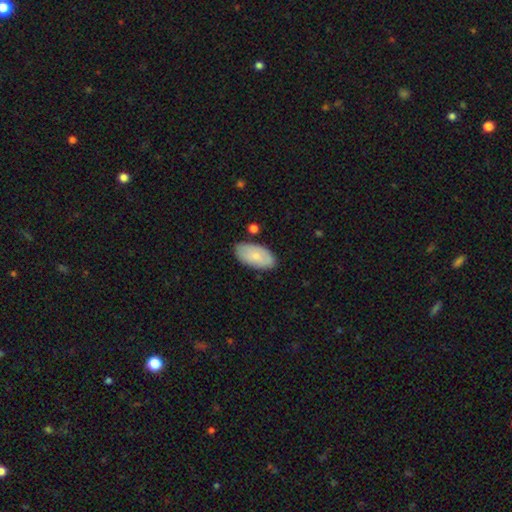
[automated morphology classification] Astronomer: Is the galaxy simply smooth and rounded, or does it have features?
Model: smooth — 74%.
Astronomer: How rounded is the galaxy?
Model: in between — 95%.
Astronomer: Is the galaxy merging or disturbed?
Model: none — 81%.